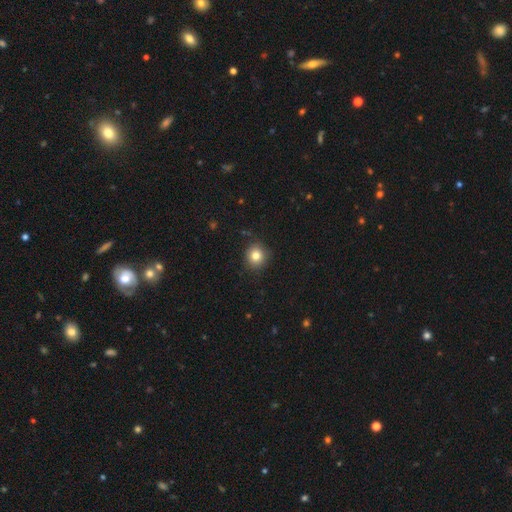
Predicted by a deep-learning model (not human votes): Smooth or featured? Predicted: smooth (p=0.82). How rounded? Predicted: round (p=0.90). Merging? Predicted: none (p=0.87).